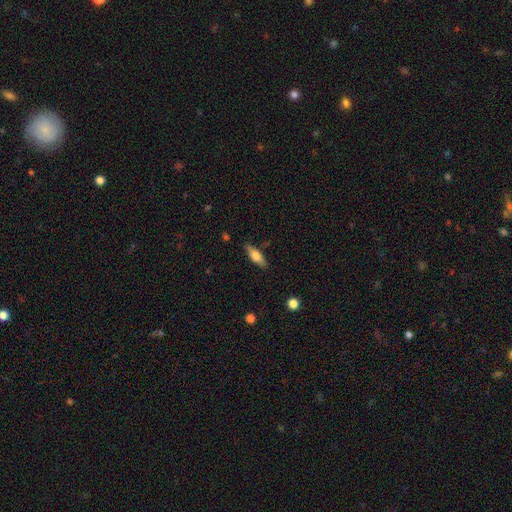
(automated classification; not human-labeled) This is possibly a smooth galaxy (58%). How rounded: possibly in between (56%). Merging: clearly none (85%).